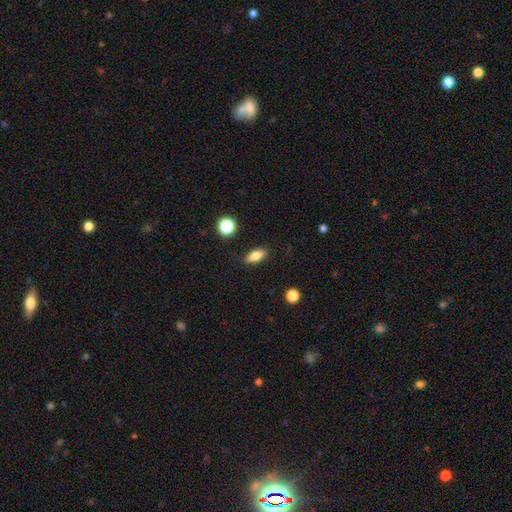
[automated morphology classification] This is likely a smooth galaxy (80%). How rounded: likely in between (78%). Merging: clearly none (87%).